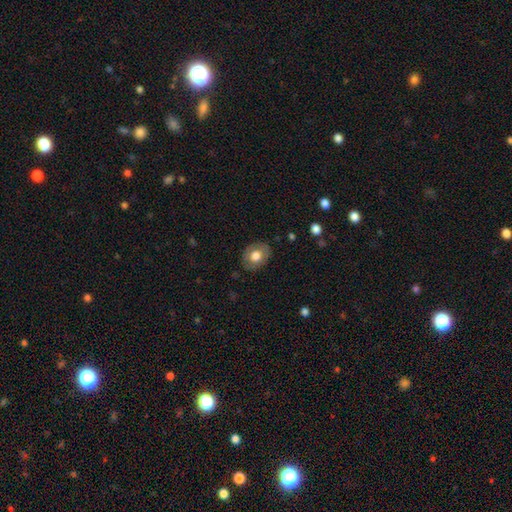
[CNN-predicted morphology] Smooth or featured? smooth (68%)
How rounded? in between (62%)
Merging? none (82%)